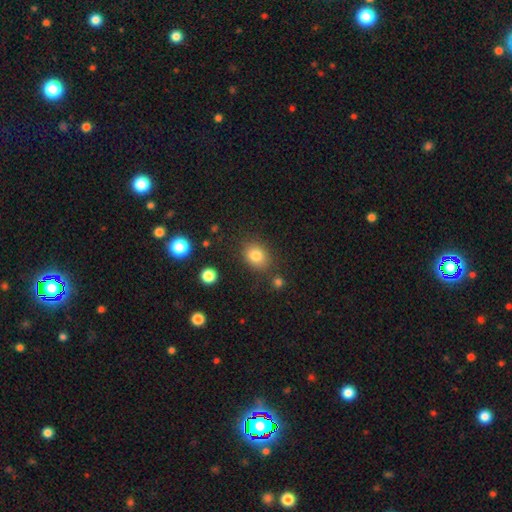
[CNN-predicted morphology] The model was most divided on "how rounded": in between: 50%, round: 49%, cigar-shaped: 1%. More confident: smooth or featured — smooth (81%); merging — none (80%).